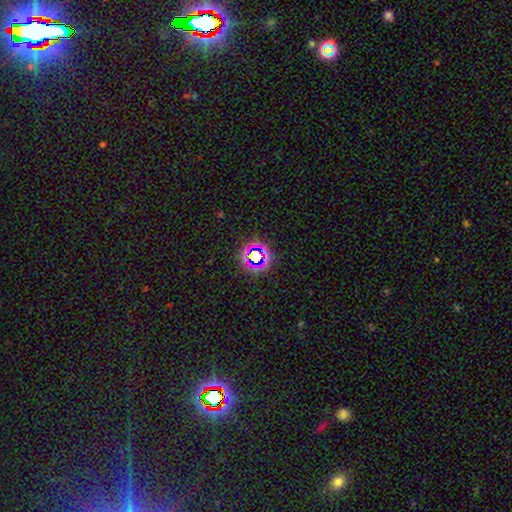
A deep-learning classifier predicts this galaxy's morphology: smooth-or-featured: star or artifact: 61% | smooth: 27% | featured or disk: 12%